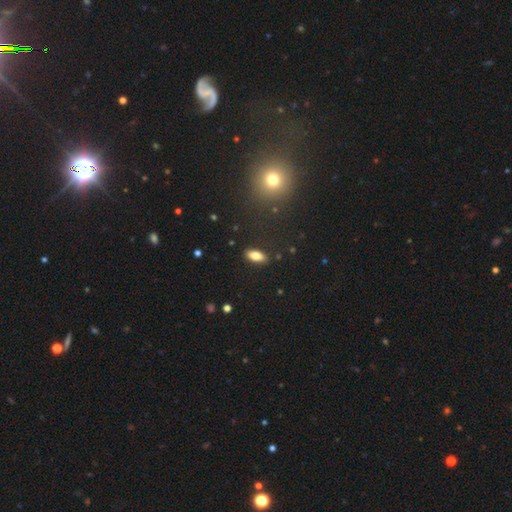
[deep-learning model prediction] Overall: smooth (79%). How rounded: in between (83%). Merging: none (87%).